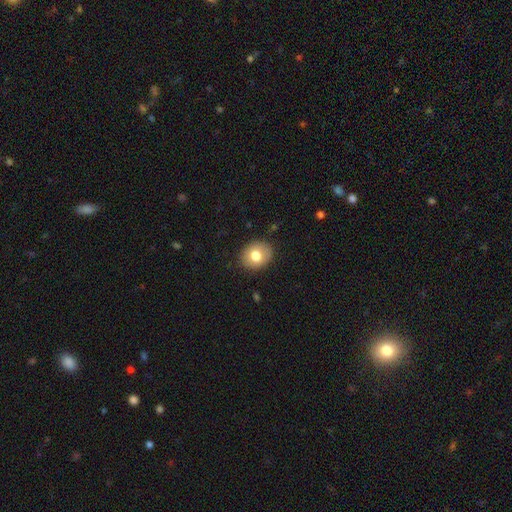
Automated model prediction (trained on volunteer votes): Morphology: type=smooth (77%); roundness=round (55%); merging=none (86%).